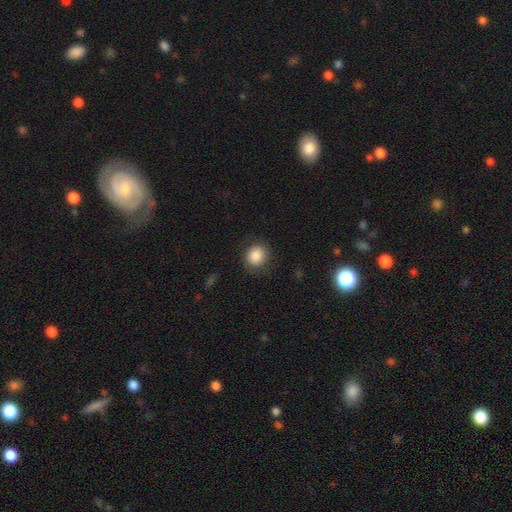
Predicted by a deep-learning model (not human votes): smooth-or-featured: smooth: 85% | star or artifact: 8% | featured or disk: 7%
  how-rounded: round: 78% | in between: 21% | cigar-shaped: 1%
  merging: none: 78% | minor disturbance: 15% | major disturbance: 6% | merger: 1%